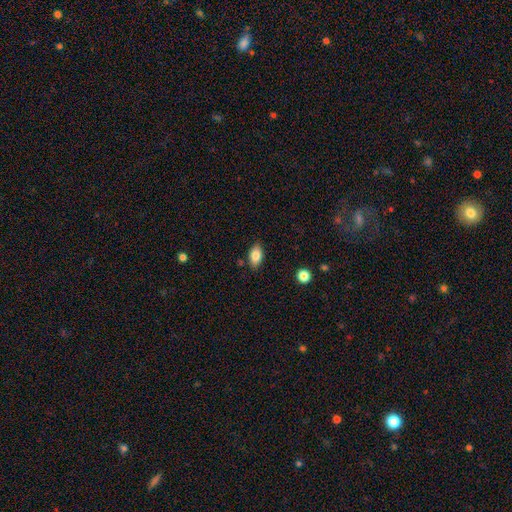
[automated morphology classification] This is clearly a smooth galaxy (82%). How rounded: clearly in between (91%). Merging: clearly none (83%).